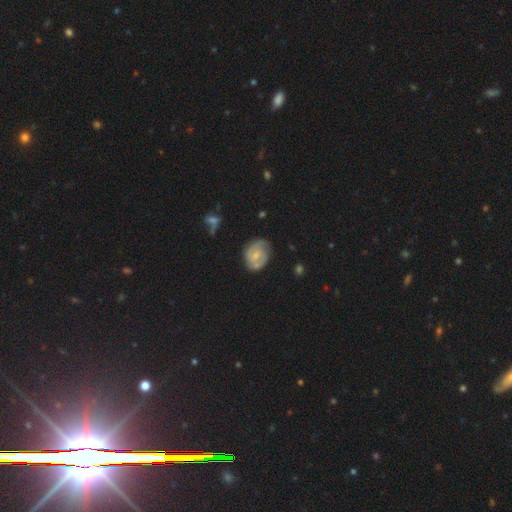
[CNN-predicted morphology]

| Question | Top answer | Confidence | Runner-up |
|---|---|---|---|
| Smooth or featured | featured or disk | 72% | smooth (23%) |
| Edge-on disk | no | 97% | yes (3%) |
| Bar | weak | 46% | no (45%) |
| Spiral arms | yes | 90% | no (10%) |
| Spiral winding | tight | 47% | medium (40%) |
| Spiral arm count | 2 | 71% | can't tell (15%) |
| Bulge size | small | 54% | moderate (36%) |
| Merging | none | 68% | minor disturbance (23%) |